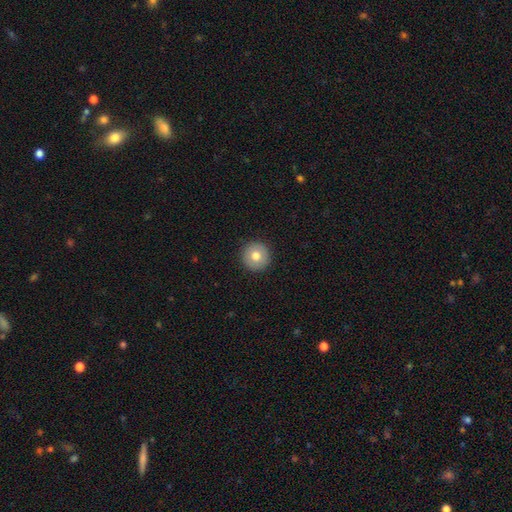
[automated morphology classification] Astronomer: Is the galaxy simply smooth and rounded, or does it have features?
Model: smooth — 75%.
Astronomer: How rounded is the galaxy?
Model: round — 96%.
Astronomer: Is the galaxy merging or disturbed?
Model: none — 92%.